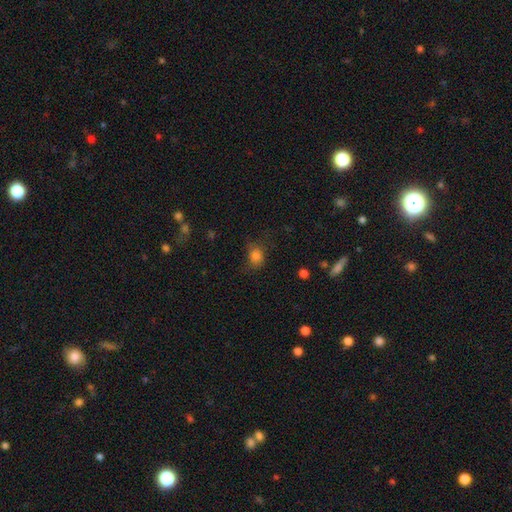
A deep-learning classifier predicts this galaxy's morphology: Overall: smooth (80%). How rounded: round (51%; in between 47%). Merging: none (54%; minor disturbance 27%).